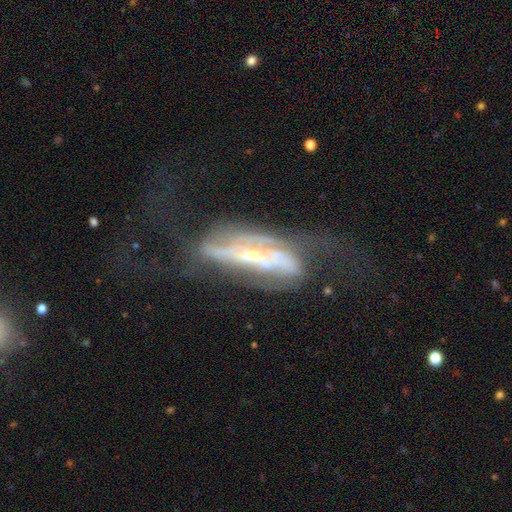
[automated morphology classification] featured or disk 79%, smooth 13%, star or artifact 8%. Down the decision tree: edge-on disk — no (75%); bar — no (43%); spiral arms — yes (76%); bulge size — small (64%); merging — none (39%).